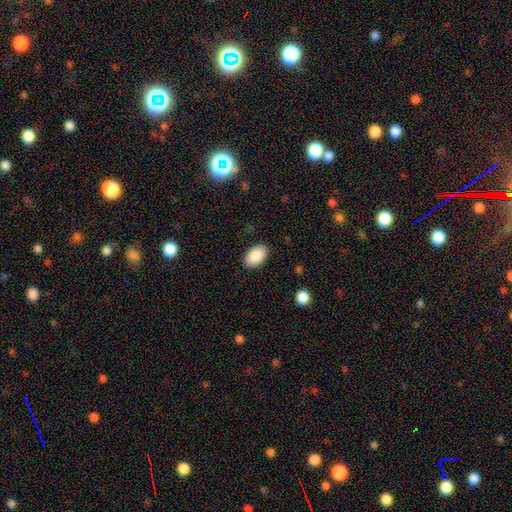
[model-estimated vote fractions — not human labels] A smooth galaxy with no disk features (90%) that is in between round and cigar-shaped (92%). Merging: none (89%).